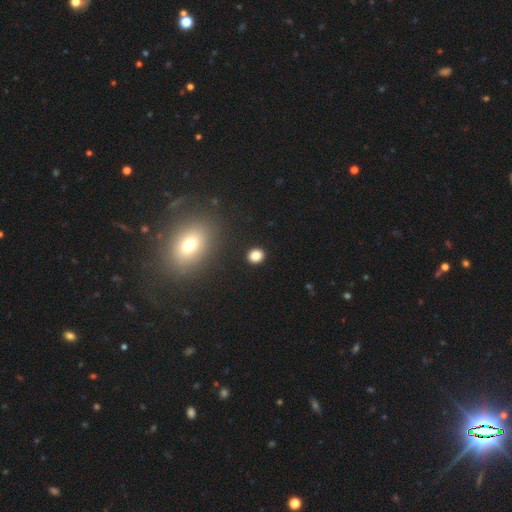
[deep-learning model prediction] Q: Smooth or featured?
A: smooth (84%); runner-up: star or artifact (12%)
Q: How rounded?
A: round (73%); runner-up: in between (26%)
Q: Merging?
A: none (90%); runner-up: minor disturbance (6%)